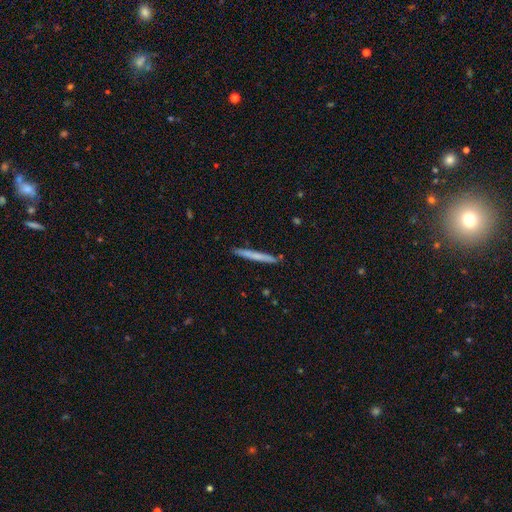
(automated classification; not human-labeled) Smooth or featured? smooth (64%)
How rounded? cigar-shaped (97%)
Merging? none (90%)